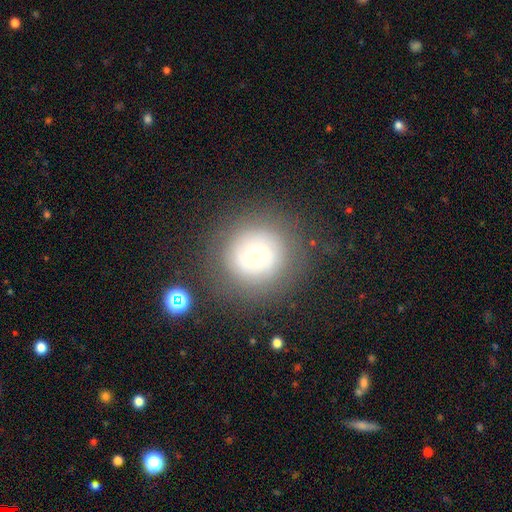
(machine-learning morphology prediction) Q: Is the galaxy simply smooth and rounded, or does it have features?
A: smooth — 52%.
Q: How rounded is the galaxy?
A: round — 94%.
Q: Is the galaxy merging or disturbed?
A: none — 79%.